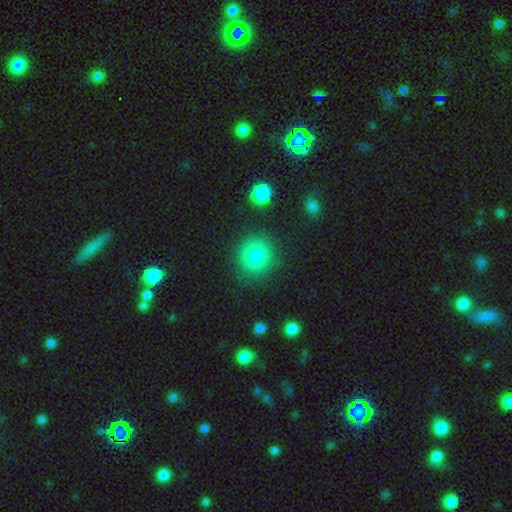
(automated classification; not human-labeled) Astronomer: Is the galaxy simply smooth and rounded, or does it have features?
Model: smooth — 82%.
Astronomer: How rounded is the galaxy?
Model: round — 87%.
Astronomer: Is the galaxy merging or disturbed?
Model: none — 85%.